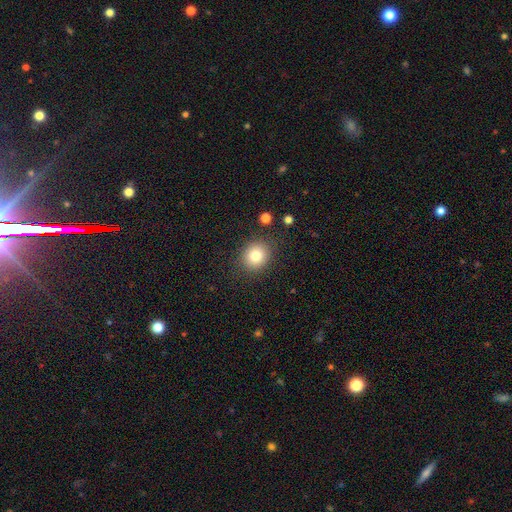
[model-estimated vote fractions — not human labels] The model was most divided on "how rounded": round: 79%, in between: 20%, cigar-shaped: 1%. More confident: merging — none (86%); smooth or featured — smooth (80%).